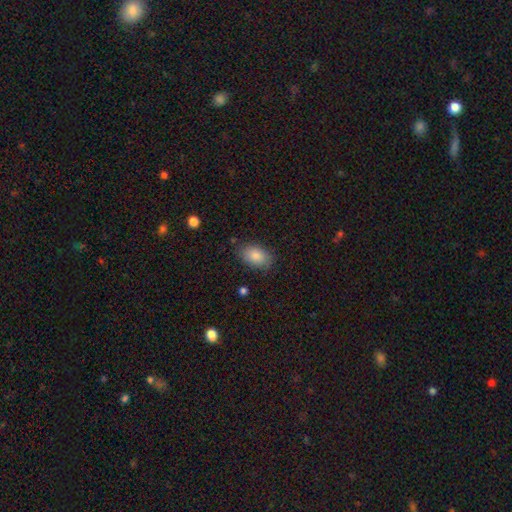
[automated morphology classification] The model was most divided on "merging": none: 82%, minor disturbance: 13%, major disturbance: 3%, merger: 2%. More confident: how rounded — in between (91%); smooth or featured — smooth (86%).